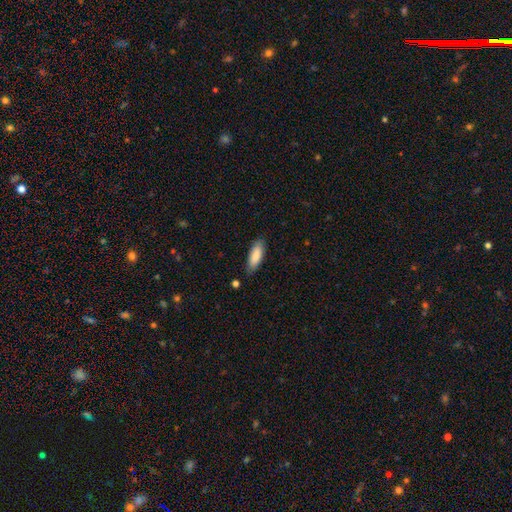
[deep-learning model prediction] Overall: smooth (87%). How rounded: in between (63%; cigar-shaped 36%). Merging: none (79%).